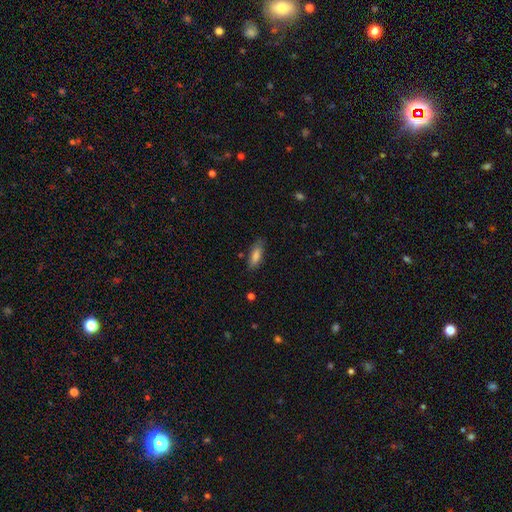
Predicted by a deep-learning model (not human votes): Overall: smooth (80%). How rounded: in between (57%; cigar-shaped 41%). Merging: none (77%).